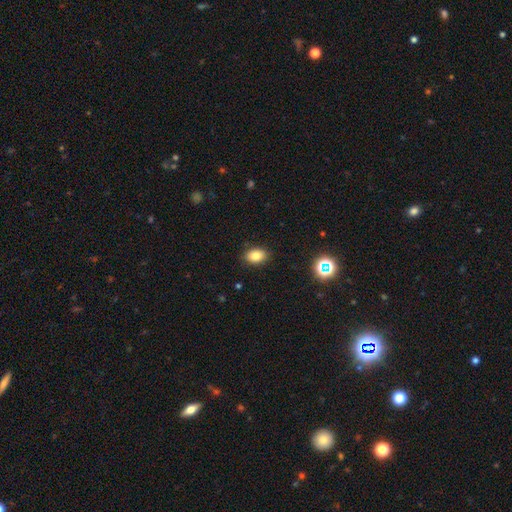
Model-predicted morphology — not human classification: Overall: smooth (82%). How rounded: in between (82%). Merging: none (87%).